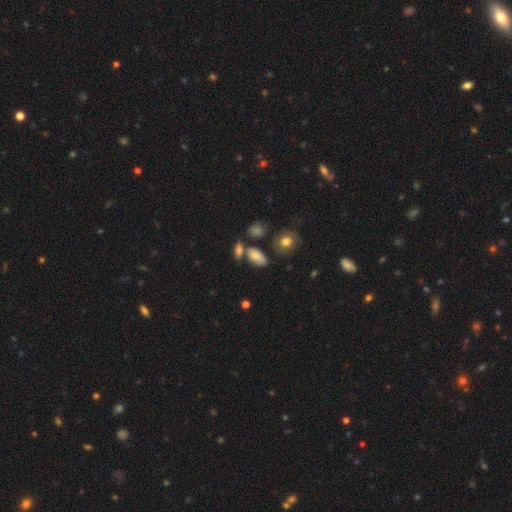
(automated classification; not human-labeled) This is likely a smooth galaxy (78%). How rounded: clearly in between (87%). Merging: possibly none (56%).